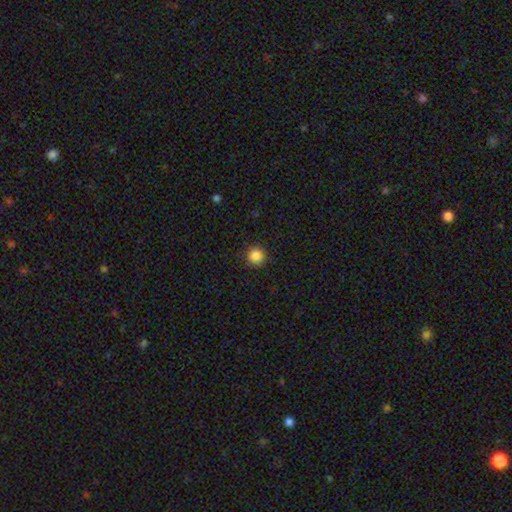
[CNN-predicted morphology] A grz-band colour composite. It shows a smooth galaxy with no disk features (86%) that is round (94%). Merging: none (90%).